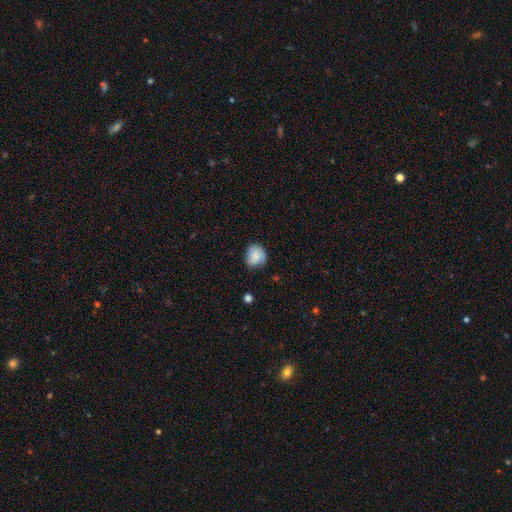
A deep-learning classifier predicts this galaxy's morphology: Smooth or featured? smooth (78%)
How rounded? round (74%)
Merging? none (68%)